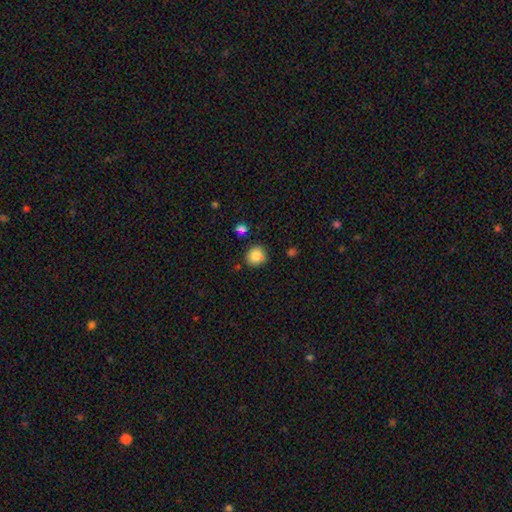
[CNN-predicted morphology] Smooth or featured? smooth (82%)
How rounded? round (84%)
Merging? none (76%)